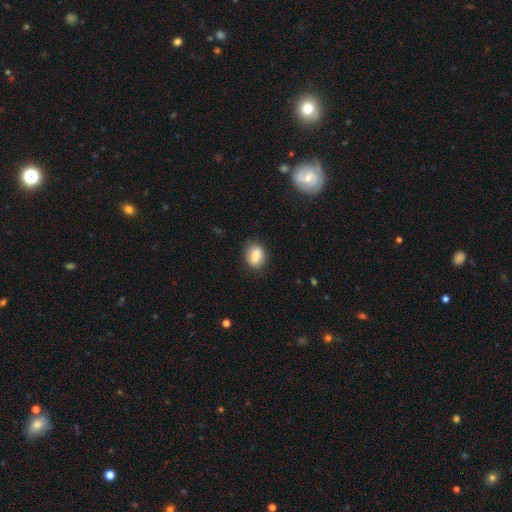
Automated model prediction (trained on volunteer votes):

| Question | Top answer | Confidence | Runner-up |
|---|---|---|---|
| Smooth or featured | smooth | 80% | featured or disk (13%) |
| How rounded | in between | 67% | round (30%) |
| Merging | none | 83% | minor disturbance (13%) |